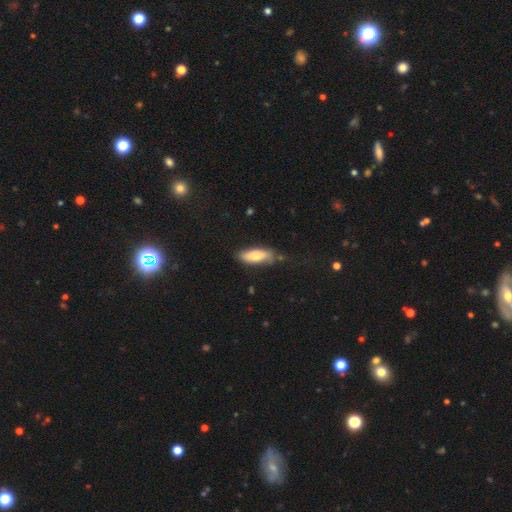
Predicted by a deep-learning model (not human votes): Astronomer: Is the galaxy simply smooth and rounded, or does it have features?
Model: smooth — 74%.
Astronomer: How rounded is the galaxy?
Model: in between — 69%.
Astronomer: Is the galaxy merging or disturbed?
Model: none — 67%.